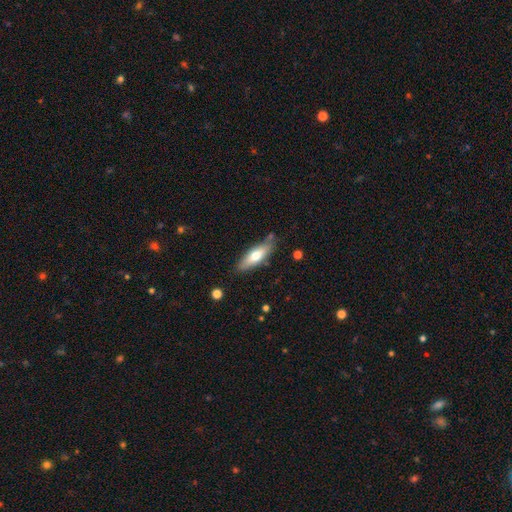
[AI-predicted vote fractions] Smooth or featured?
  - smooth: 64% *
  - featured or disk: 30%
  - star or artifact: 6%
How rounded?
  - in between: 52% *
  - cigar-shaped: 46%
  - round: 2%
Merging?
  - none: 79% *
  - minor disturbance: 14%
  - merger: 4%
  - major disturbance: 3%